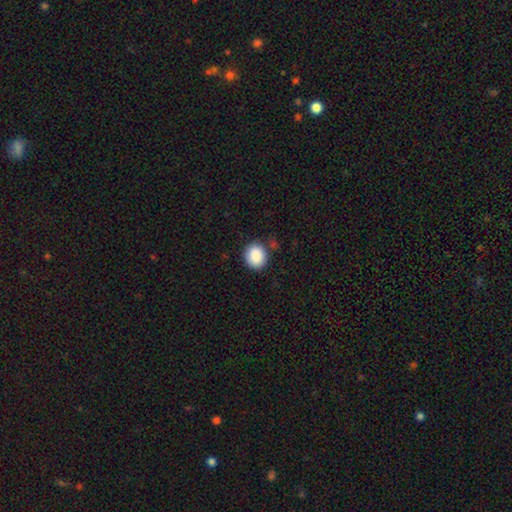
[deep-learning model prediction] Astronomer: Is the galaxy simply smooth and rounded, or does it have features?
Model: smooth — 89%.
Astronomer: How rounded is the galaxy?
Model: round — 75%.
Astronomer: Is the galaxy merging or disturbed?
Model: none — 84%.